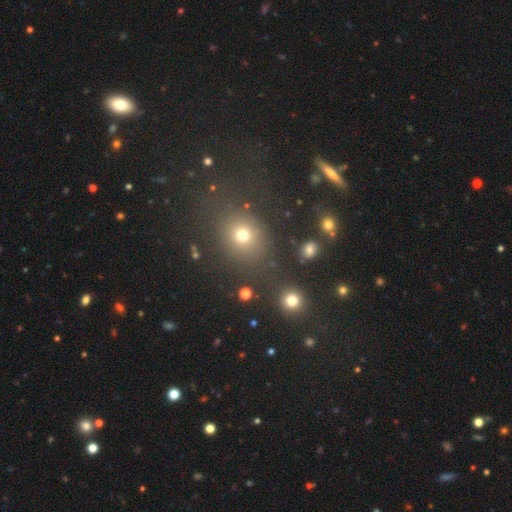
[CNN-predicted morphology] smooth-or-featured: smooth: 52% | star or artifact: 39% | featured or disk: 9%
  how-rounded: round: 69% | in between: 29% | cigar-shaped: 2%
  merging: none: 79% | minor disturbance: 10% | merger: 6% | major disturbance: 5%